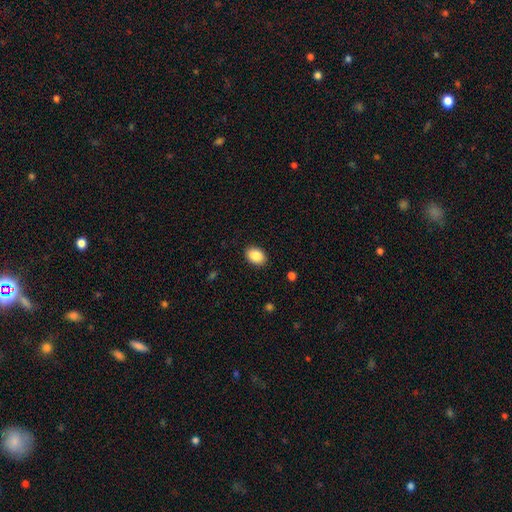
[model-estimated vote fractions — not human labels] A smooth galaxy with no disk features (89%) that is in between round and cigar-shaped (75%).

Vote fractions:
- Smooth or featured? smooth: 89% / star or artifact: 7% / featured or disk: 4%
- How rounded? in between: 75% / round: 24% / cigar-shaped: 1%
- Merging? none: 89% / minor disturbance: 8% / major disturbance: 2% / merger: 1%